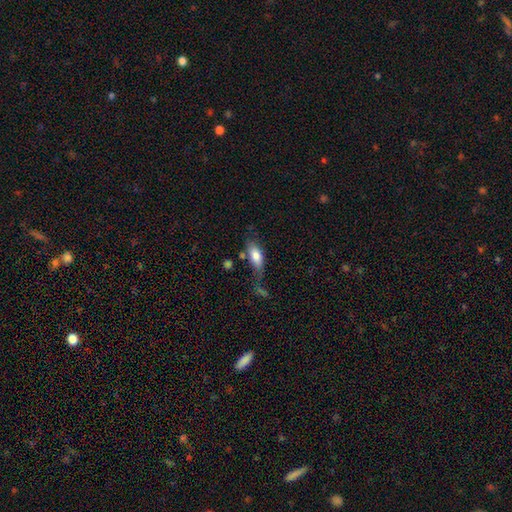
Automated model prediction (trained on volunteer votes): Smooth or featured? smooth (77%)
How rounded? in between (81%)
Merging? none (49%)